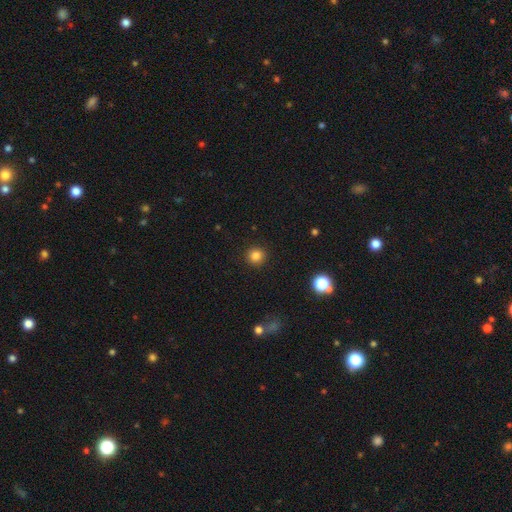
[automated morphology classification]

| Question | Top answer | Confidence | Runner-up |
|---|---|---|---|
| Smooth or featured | smooth | 83% | star or artifact (12%) |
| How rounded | round | 93% | in between (6%) |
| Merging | none | 92% | minor disturbance (5%) |